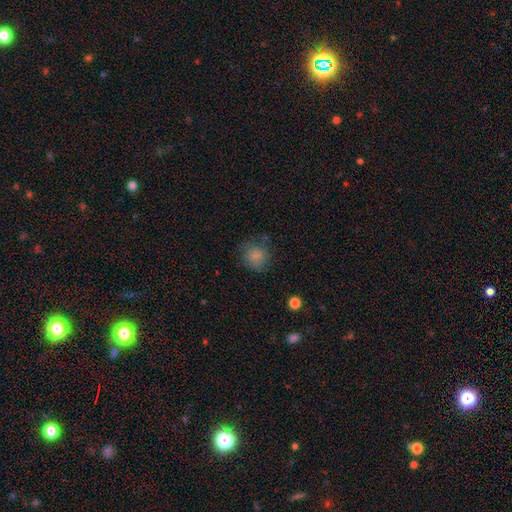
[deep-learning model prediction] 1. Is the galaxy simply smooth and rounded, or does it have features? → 81% smooth, 10% star or artifact, 9% featured or disk.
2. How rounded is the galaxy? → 84% round, 15% in between, 1% cigar-shaped.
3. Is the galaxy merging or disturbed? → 71% none, 19% minor disturbance, 8% major disturbance, 2% merger.